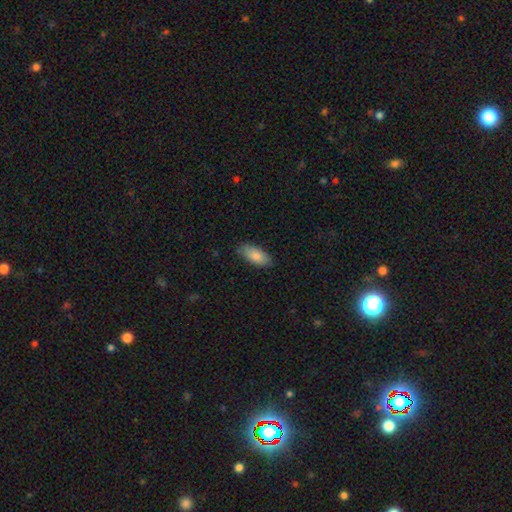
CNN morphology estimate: Smooth or featured?
  - smooth: 85% *
  - featured or disk: 9%
  - star or artifact: 6%
How rounded?
  - in between: 87% *
  - cigar-shaped: 11%
  - round: 2%
Merging?
  - none: 85% *
  - minor disturbance: 12%
  - major disturbance: 2%
  - merger: 1%